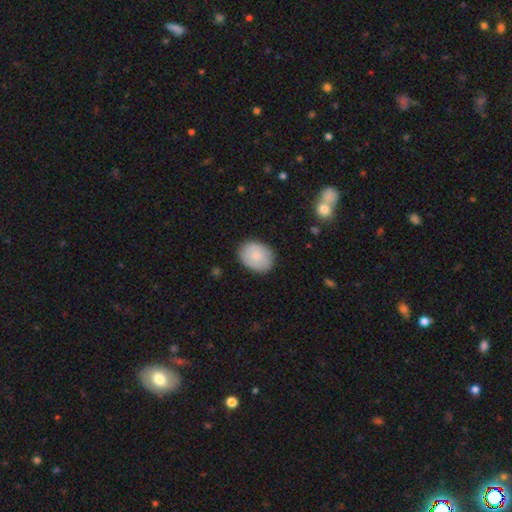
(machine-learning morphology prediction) A smooth galaxy with no disk features (80%) that is in between round and cigar-shaped (60%).

Vote fractions:
- Smooth or featured? smooth: 80% / featured or disk: 14% / star or artifact: 6%
- How rounded? in between: 60% / round: 40% / cigar-shaped: 1%
- Merging? none: 83% / minor disturbance: 13% / major disturbance: 3% / merger: 1%